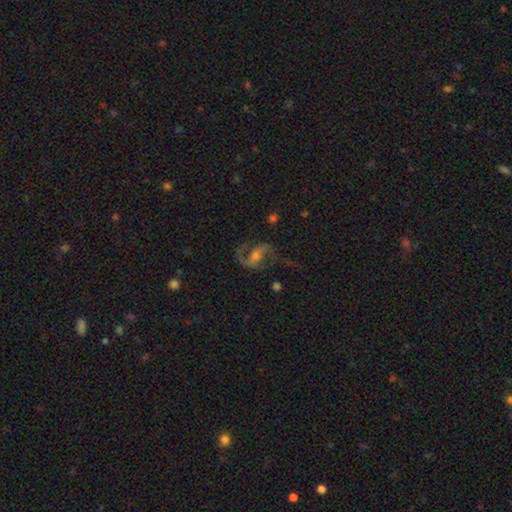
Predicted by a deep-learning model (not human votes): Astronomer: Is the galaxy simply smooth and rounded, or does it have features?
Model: featured or disk — 83%.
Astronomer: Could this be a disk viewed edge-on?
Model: no — 97%.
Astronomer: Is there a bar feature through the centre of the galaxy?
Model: weak — 40% (runner-up: strong, 36%).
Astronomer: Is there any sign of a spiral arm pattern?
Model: yes — 95%.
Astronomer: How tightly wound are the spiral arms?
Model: medium — 46% (runner-up: loose, 44%).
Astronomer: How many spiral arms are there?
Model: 2 — 91%.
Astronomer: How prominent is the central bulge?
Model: moderate — 47% (runner-up: small, 45%).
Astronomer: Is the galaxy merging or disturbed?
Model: none — 68%.